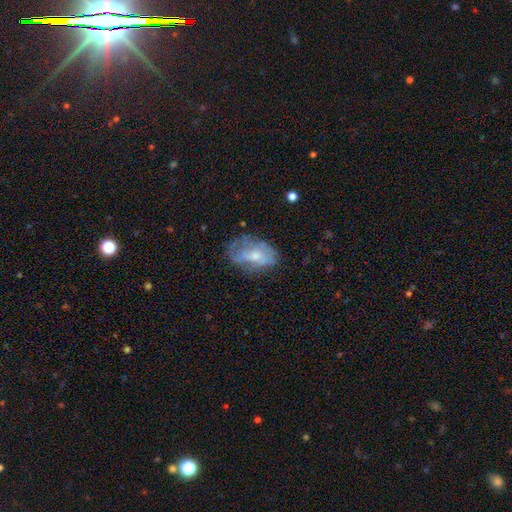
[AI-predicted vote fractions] This appears to be a featured or disk galaxy (50%). Merging: none (48%).